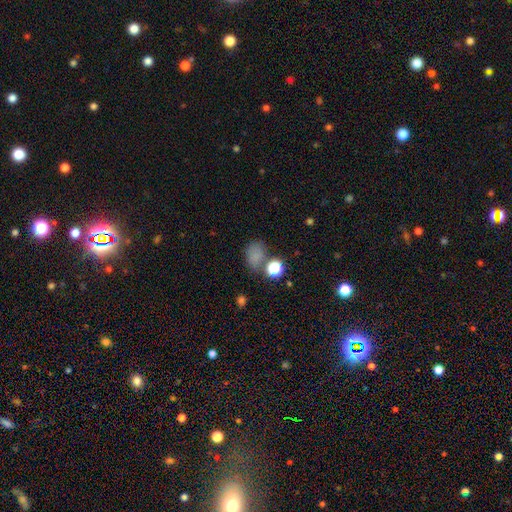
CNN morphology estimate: This appears to be a smooth galaxy with no disk features (72%) that is in between round and cigar-shaped (58%). Merging: none (56%).